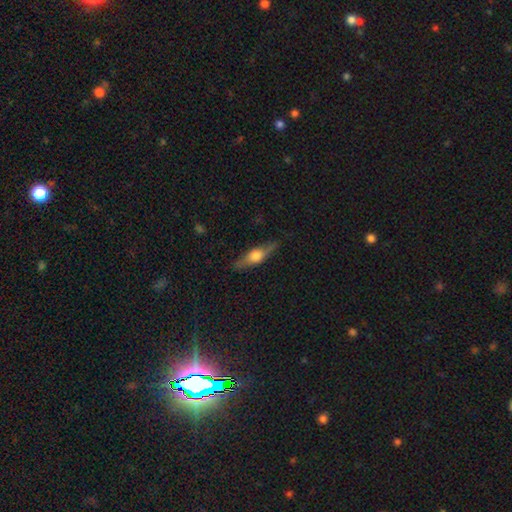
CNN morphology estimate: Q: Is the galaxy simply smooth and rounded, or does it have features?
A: featured or disk — 58%.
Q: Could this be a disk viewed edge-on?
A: yes — 93%.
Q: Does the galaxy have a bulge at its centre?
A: rounded — 91%.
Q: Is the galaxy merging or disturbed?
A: none — 84%.